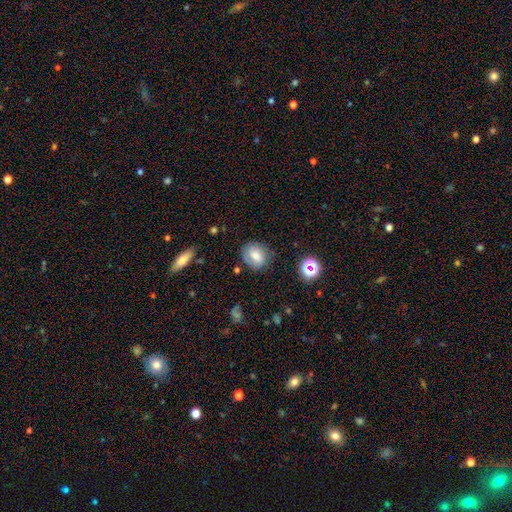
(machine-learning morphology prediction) Overall: smooth (68%). How rounded: round (58%; in between 41%). Merging: none (71%).